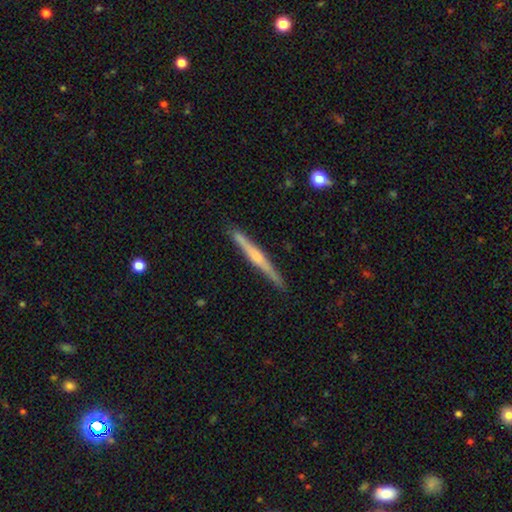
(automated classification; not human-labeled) Smooth or featured?
  - featured or disk: 67% *
  - smooth: 28%
  - star or artifact: 5%
Edge-on disk?
  - yes: 98% *
  - no: 2%
Edge-on bulge?
  - rounded: 60% *
  - none: 25%
  - boxy: 14%
Merging?
  - none: 89% *
  - minor disturbance: 8%
  - major disturbance: 2%
  - merger: 1%